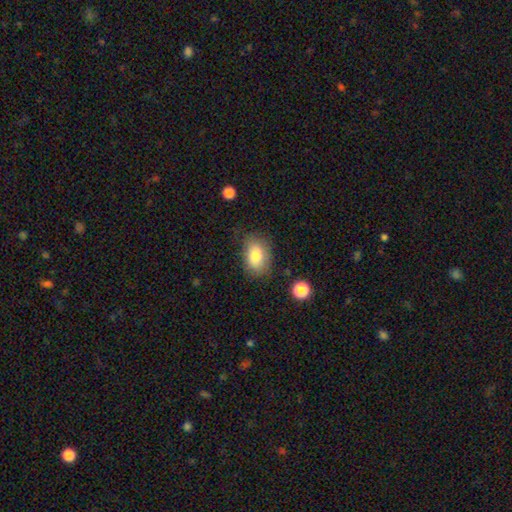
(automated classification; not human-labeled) This is likely a smooth galaxy (80%). How rounded: clearly in between (82%). Merging: likely none (73%).